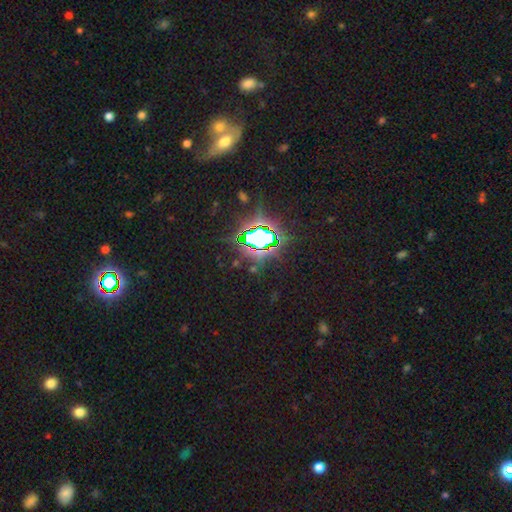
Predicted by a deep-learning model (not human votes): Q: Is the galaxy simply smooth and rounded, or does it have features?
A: star or artifact — 79%.